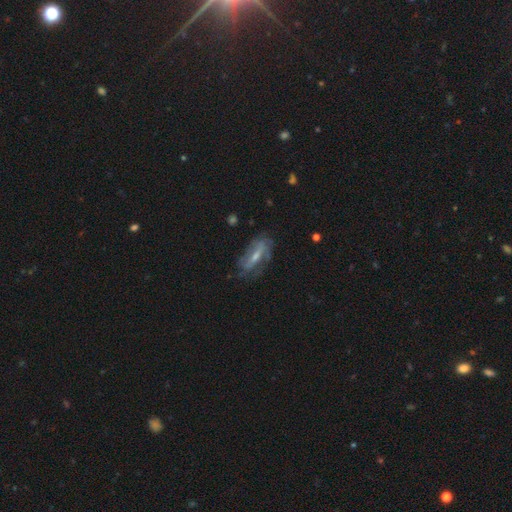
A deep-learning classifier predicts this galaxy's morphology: smooth-or-featured: featured or disk: 69% | smooth: 22% | star or artifact: 10%
  disk-edge-on: no: 79% | yes: 21%
    bar: weak: 37% | strong: 35% | no: 28%
    has-spiral-arms: yes: 76% | no: 24%
    bulge-size: small: 46% | moderate: 45% | none: 5% | large: 3% | dominant: 1%
  merging: none: 66% | minor disturbance: 21% | major disturbance: 11% | merger: 2%